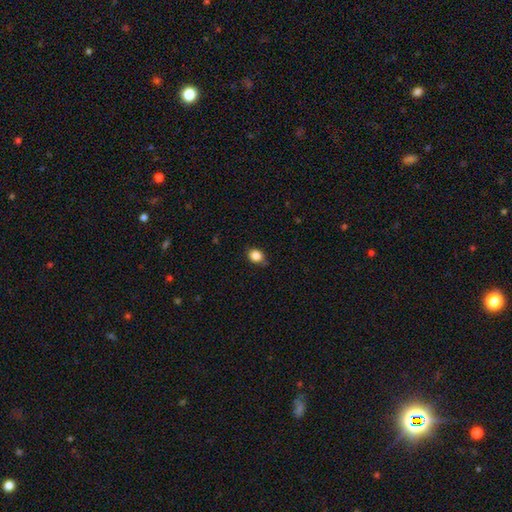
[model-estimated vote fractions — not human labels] Overall: smooth (86%). How rounded: round (56%; in between 43%). Merging: none (75%).